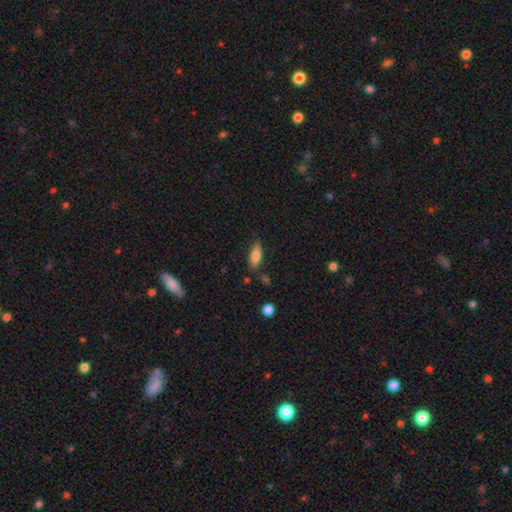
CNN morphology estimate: A smooth galaxy with no disk features (76%) that is in between round and cigar-shaped (63%).

Vote fractions:
- Smooth or featured? smooth: 76% / featured or disk: 16% / star or artifact: 7%
- How rounded? in between: 63% / cigar-shaped: 34% / round: 2%
- Merging? none: 78% / minor disturbance: 15% / merger: 4% / major disturbance: 3%